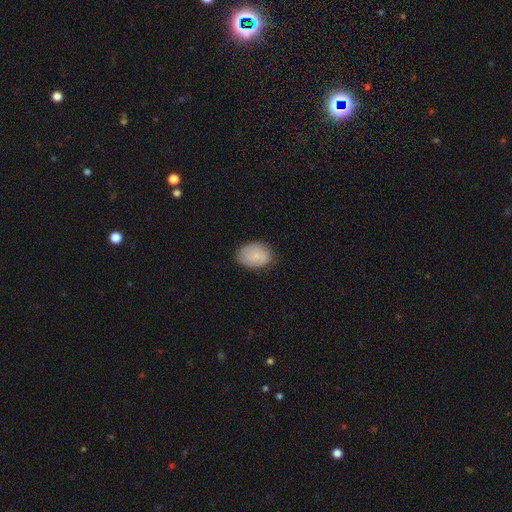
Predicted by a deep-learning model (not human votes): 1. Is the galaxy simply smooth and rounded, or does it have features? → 84% smooth, 9% featured or disk, 7% star or artifact.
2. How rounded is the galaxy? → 74% in between, 25% round, 1% cigar-shaped.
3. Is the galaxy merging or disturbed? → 81% none, 15% minor disturbance, 3% major disturbance, 1% merger.